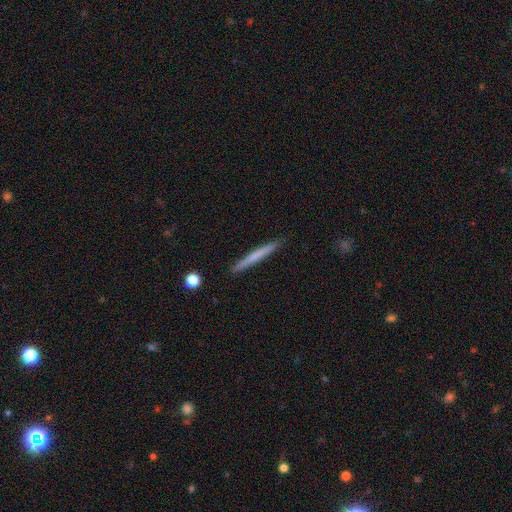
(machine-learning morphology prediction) This is possibly a smooth galaxy (59%). How rounded: clearly cigar-shaped (97%). Merging: clearly none (90%).